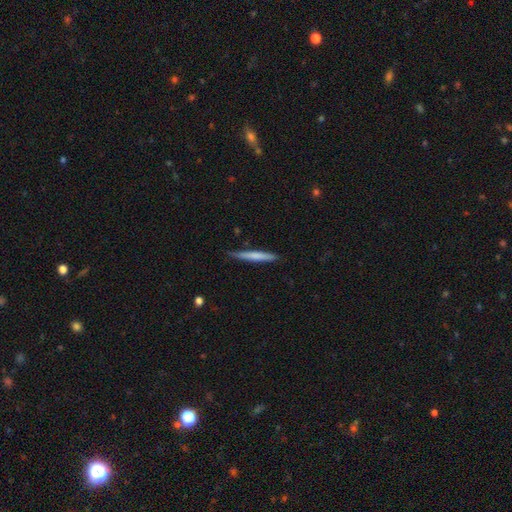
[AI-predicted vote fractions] Overall: smooth (64%; featured or disk 31%). How rounded: cigar-shaped (96%). Merging: none (84%).